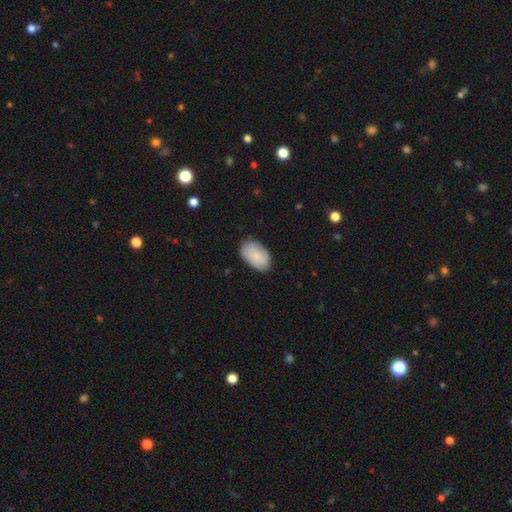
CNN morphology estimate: Smooth or featured?
  - smooth: 82% *
  - featured or disk: 12%
  - star or artifact: 6%
How rounded?
  - in between: 92% *
  - round: 7%
  - cigar-shaped: 1%
Merging?
  - none: 81% *
  - minor disturbance: 15%
  - major disturbance: 3%
  - merger: 1%